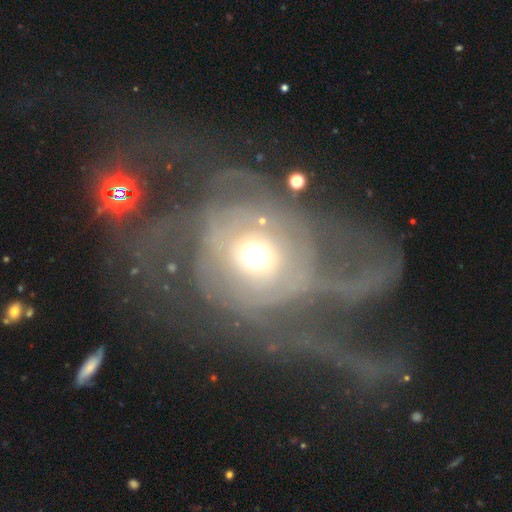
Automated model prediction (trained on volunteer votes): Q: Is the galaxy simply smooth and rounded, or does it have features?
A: featured or disk — 63%.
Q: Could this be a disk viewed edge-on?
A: no — 96%.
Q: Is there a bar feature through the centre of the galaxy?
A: no — 84%.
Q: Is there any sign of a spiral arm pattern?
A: no — 52%.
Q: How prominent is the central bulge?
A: moderate — 56%.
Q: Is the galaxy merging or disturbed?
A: major disturbance — 58%.